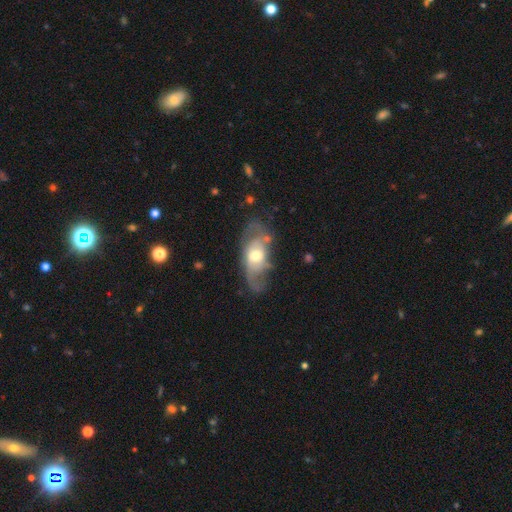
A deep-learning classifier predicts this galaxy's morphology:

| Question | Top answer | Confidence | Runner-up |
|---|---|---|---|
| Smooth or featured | featured or disk | 62% | smooth (32%) |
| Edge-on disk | no | 89% | yes (11%) |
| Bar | no | 66% | weak (26%) |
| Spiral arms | yes | 68% | no (32%) |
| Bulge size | moderate | 64% | small (18%) |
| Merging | none | 47% | minor disturbance (25%) |